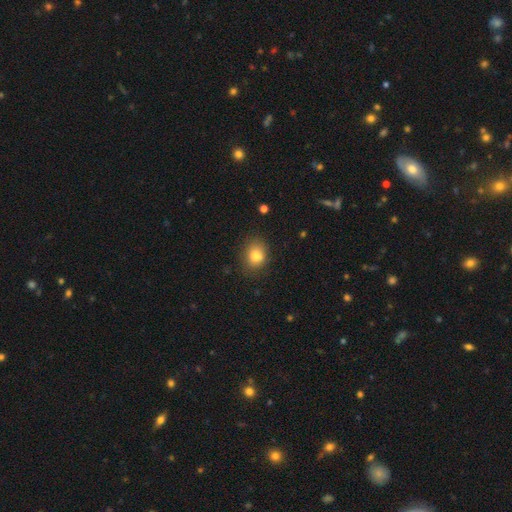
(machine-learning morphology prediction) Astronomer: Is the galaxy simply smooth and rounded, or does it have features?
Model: smooth — 79%.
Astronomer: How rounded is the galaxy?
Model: round — 53% (runner-up: in between, 46%).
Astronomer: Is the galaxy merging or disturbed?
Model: none — 70%.